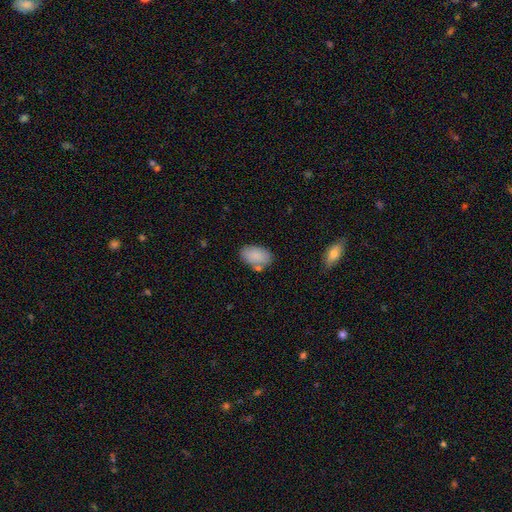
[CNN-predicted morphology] The model was most divided on "merging": none: 72%, minor disturbance: 16%, merger: 8%, major disturbance: 4%. More confident: how rounded — in between (93%); smooth or featured — smooth (86%).